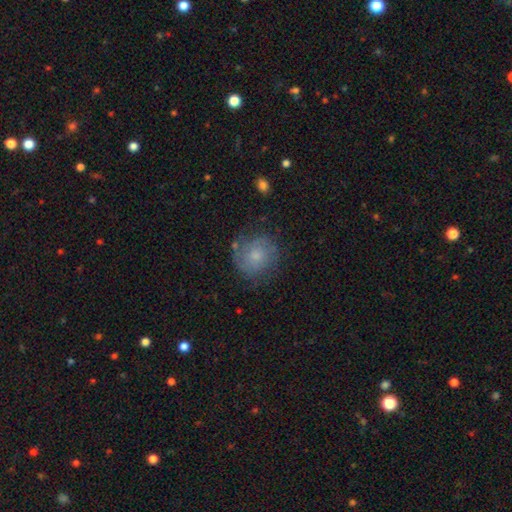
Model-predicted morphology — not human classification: Q: Smooth or featured?
A: smooth (46%); runner-up: featured or disk (45%)
Q: Merging?
A: none (70%); runner-up: minor disturbance (20%)